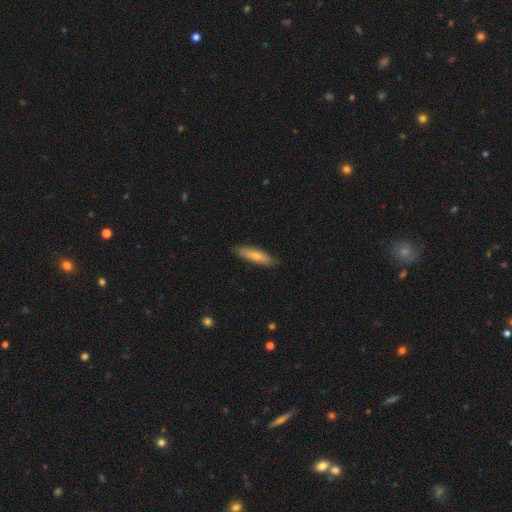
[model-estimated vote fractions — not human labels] smooth-or-featured: smooth: 72% | featured or disk: 23% | star or artifact: 5%
  how-rounded: cigar-shaped: 63% | in between: 35% | round: 2%
  merging: none: 82% | minor disturbance: 15% | major disturbance: 2% | merger: 1%